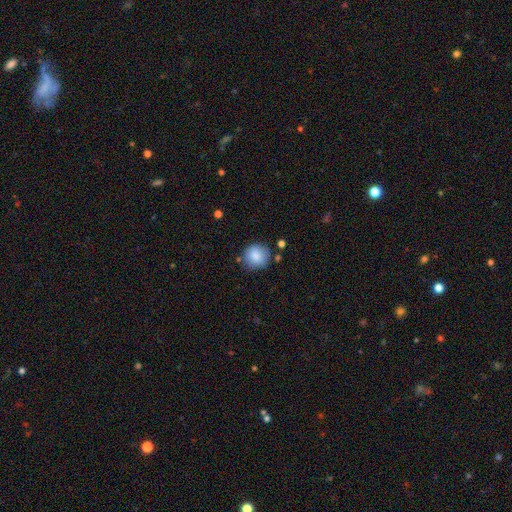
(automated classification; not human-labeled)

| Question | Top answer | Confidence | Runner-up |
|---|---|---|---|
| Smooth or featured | smooth | 86% | star or artifact (8%) |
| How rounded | round | 90% | in between (9%) |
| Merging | none | 78% | minor disturbance (14%) |